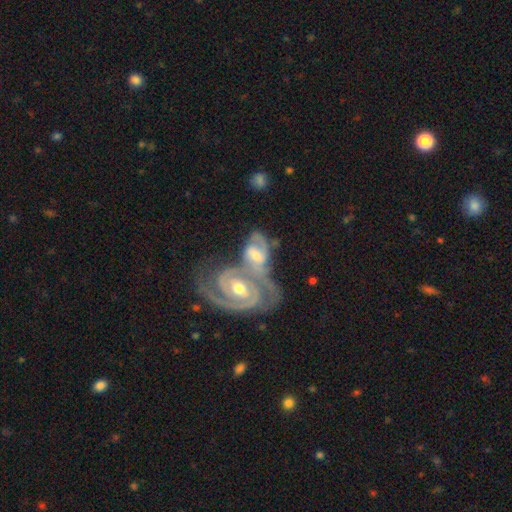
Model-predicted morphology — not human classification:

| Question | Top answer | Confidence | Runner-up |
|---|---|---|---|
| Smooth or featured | featured or disk | 83% | smooth (12%) |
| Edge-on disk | no | 96% | yes (4%) |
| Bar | weak | 45% | no (34%) |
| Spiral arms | yes | 95% | no (5%) |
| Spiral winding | tight | 53% | medium (39%) |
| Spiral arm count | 2 | 70% | can't tell (12%) |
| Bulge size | moderate | 64% | small (28%) |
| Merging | merger | 74% | none (13%) |